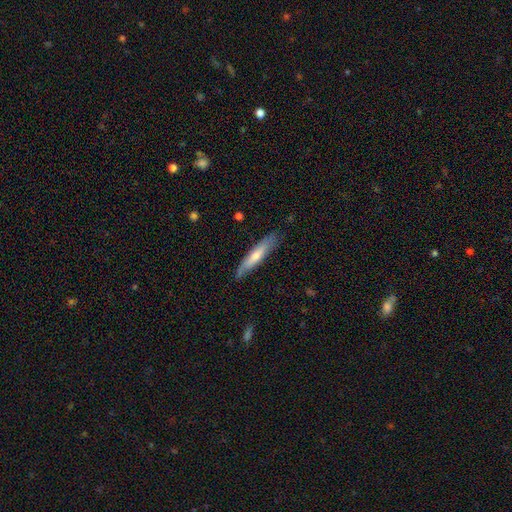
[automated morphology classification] Smooth or featured? Predicted: featured or disk (p=0.48). Merging? Predicted: none (p=0.84).